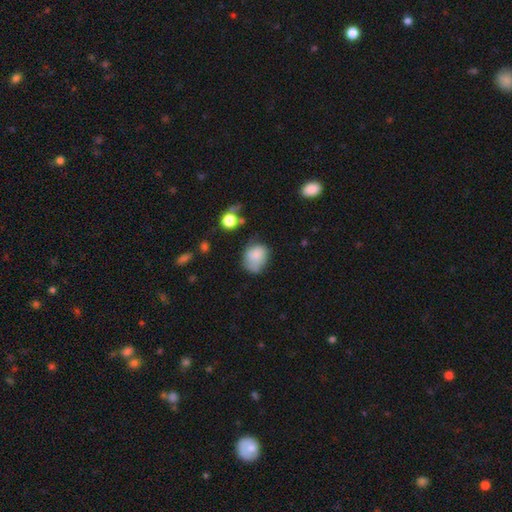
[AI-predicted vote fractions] This is likely a smooth galaxy (76%). How rounded: possibly in between (50%). Merging: marginally none (44%).